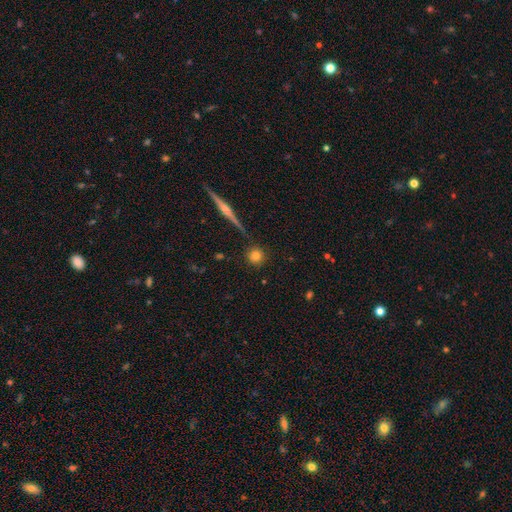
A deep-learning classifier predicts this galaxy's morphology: A smooth galaxy with no disk features (76%) that is round (93%). Merging: none (87%).